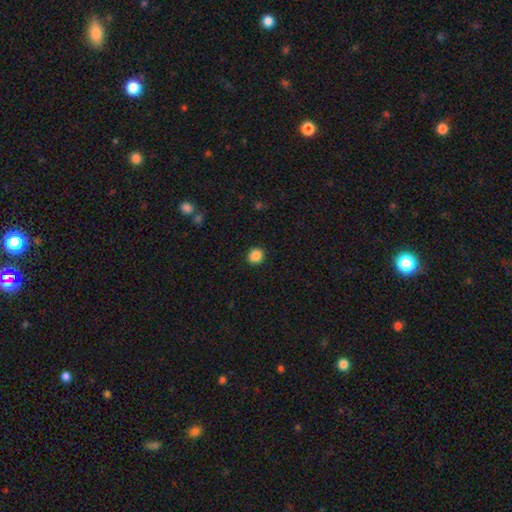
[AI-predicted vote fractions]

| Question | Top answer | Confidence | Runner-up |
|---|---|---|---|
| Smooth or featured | smooth | 87% | star or artifact (10%) |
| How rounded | round | 87% | in between (12%) |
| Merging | none | 92% | minor disturbance (5%) |